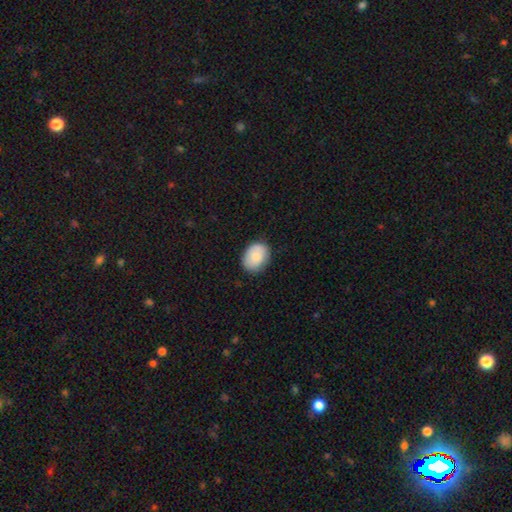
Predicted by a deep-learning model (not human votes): Smooth or featured: smooth — 84% (featured or disk — 9%)
How rounded: in between — 67% (round — 32%)
Merging: none — 82% (minor disturbance — 14%)